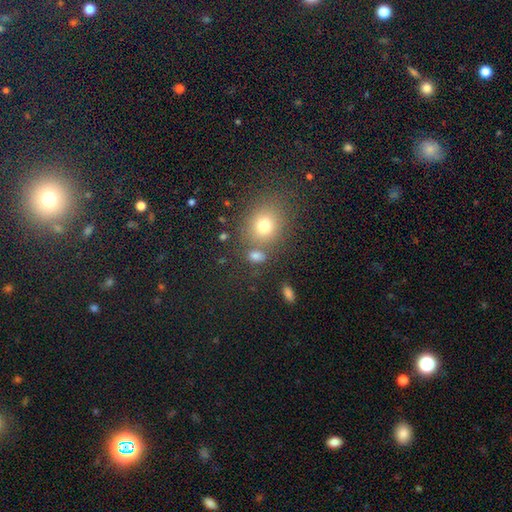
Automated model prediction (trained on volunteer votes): Overall: smooth (72%). How rounded: in between (54%; round 43%). Merging: none (64%).